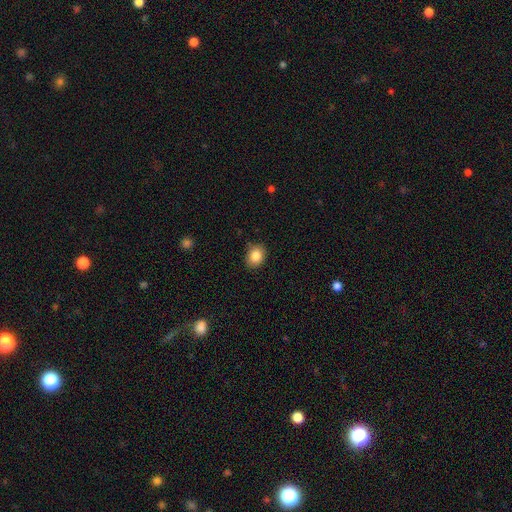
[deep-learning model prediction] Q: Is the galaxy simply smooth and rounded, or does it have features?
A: smooth — 85%.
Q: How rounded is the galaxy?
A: in between — 55%.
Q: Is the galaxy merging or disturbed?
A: none — 85%.